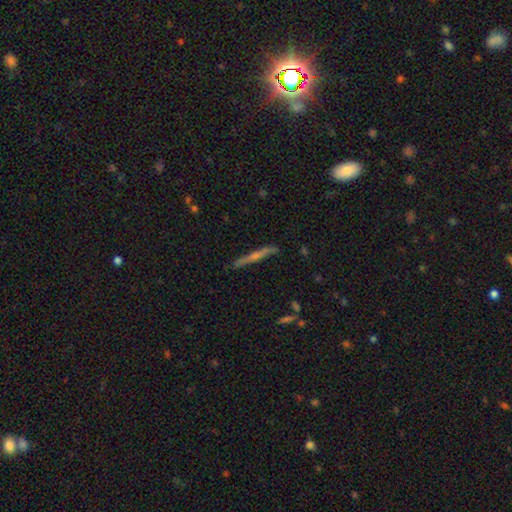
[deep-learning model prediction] Overall: featured or disk (63%; smooth 29%). Edge-on disk: yes (97%). Edge-on bulge: rounded (57%; none 35%). Merging: none (87%).